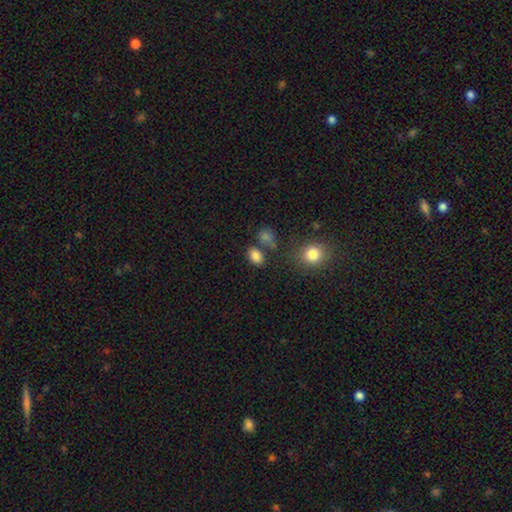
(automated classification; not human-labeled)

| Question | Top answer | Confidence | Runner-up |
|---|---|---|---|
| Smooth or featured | smooth | 84% | star or artifact (12%) |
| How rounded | in between | 81% | round (18%) |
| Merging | none | 72% | minor disturbance (13%) |